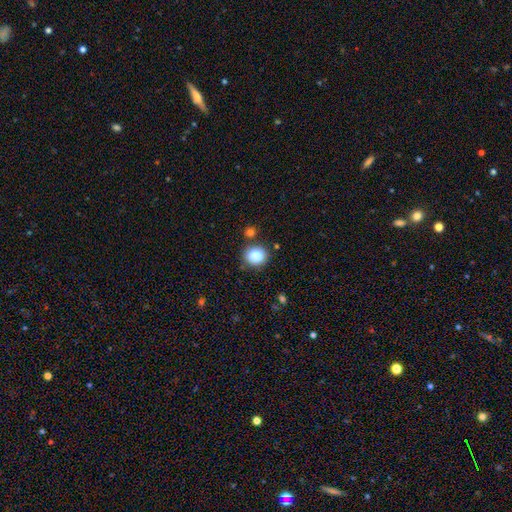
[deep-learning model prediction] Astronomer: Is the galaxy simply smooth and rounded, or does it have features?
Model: smooth — 87%.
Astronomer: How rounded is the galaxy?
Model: round — 74%.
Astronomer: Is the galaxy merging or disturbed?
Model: none — 79%.